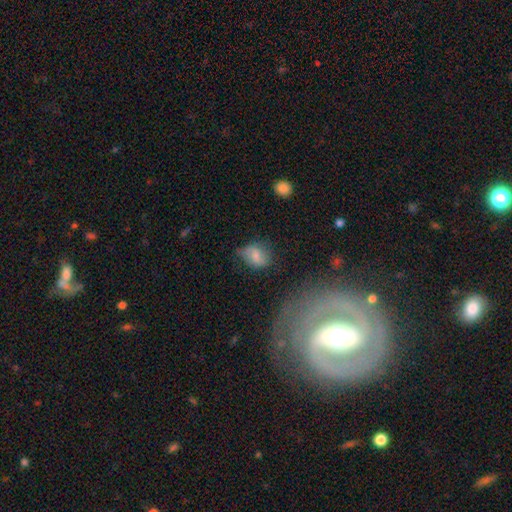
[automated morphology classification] A smooth galaxy with no disk features (66%) that is in between round and cigar-shaped (67%).

Vote fractions:
- Smooth or featured? smooth: 66% / featured or disk: 25% / star or artifact: 9%
- How rounded? in between: 67% / round: 31% / cigar-shaped: 2%
- Merging? none: 50% / minor disturbance: 34% / major disturbance: 13% / merger: 3%